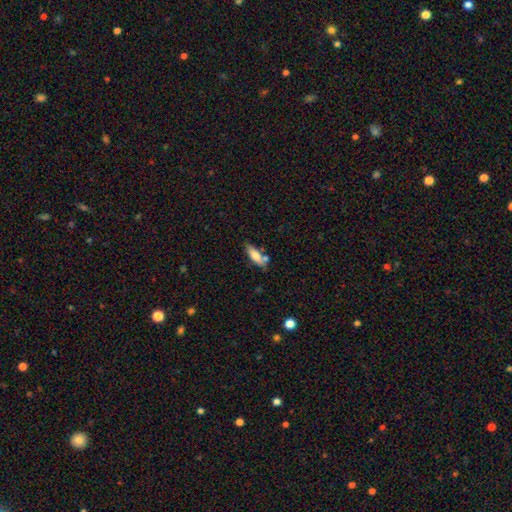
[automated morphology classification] Smooth or featured?
  - smooth: 72% *
  - featured or disk: 21%
  - star or artifact: 7%
How rounded?
  - in between: 57% *
  - cigar-shaped: 41%
  - round: 2%
Merging?
  - none: 66% *
  - minor disturbance: 17%
  - merger: 14%
  - major disturbance: 4%